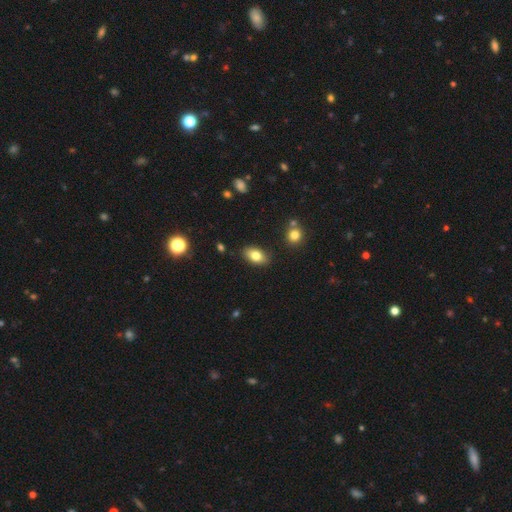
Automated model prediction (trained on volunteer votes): Smooth or featured? smooth (79%)
How rounded? in between (89%)
Merging? none (85%)